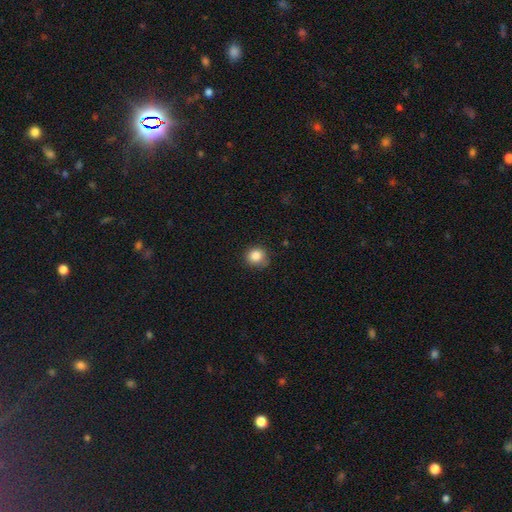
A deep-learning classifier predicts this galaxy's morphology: Smooth or featured? smooth (85%)
How rounded? round (86%)
Merging? none (76%)